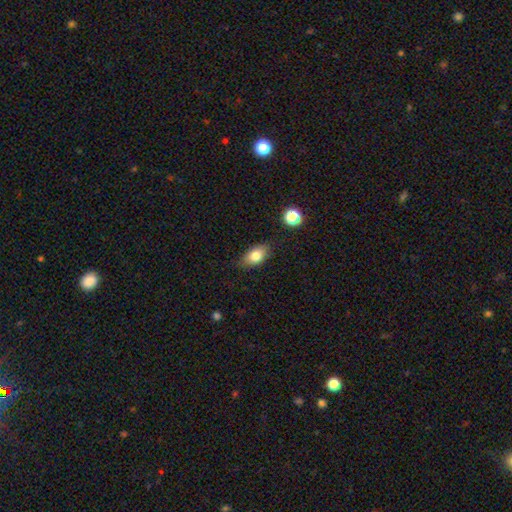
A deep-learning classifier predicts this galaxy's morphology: Smooth or featured: smooth — 81% (featured or disk — 11%)
How rounded: in between — 87% (round — 10%)
Merging: none — 81% (minor disturbance — 14%)